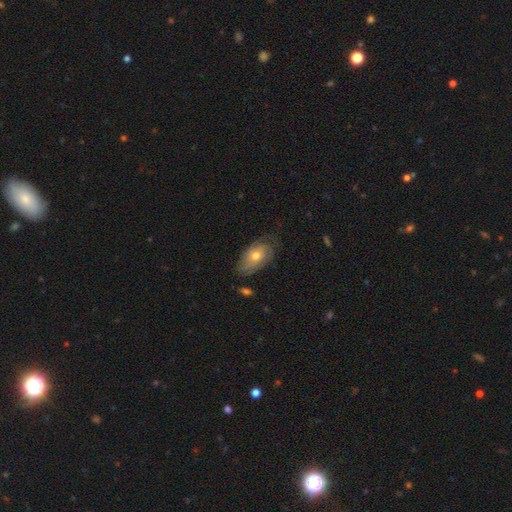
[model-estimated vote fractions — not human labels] Q: Smooth or featured?
A: featured or disk (53%); runner-up: smooth (40%)
Q: Edge-on disk?
A: no (92%); runner-up: yes (8%)
Q: Merging?
A: none (60%); runner-up: minor disturbance (27%)